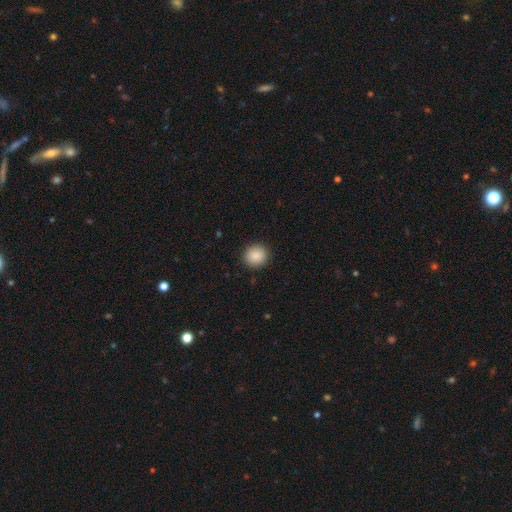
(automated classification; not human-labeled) Overall: smooth (88%). How rounded: round (91%). Merging: none (92%).